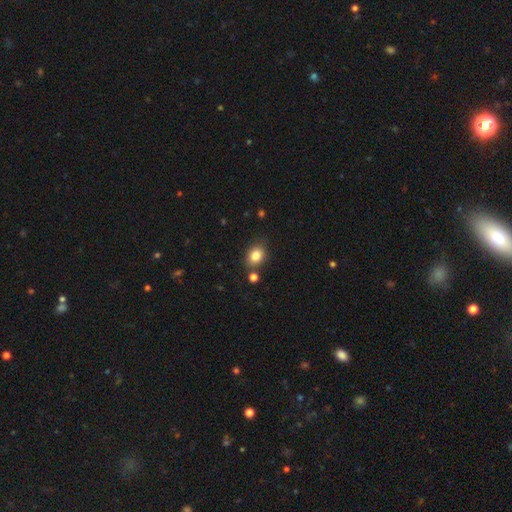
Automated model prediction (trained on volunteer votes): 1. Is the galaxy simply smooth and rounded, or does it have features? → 83% smooth, 10% star or artifact, 7% featured or disk.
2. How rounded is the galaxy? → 56% in between, 43% round, 1% cigar-shaped.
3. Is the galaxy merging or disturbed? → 78% none, 12% minor disturbance, 7% merger, 3% major disturbance.